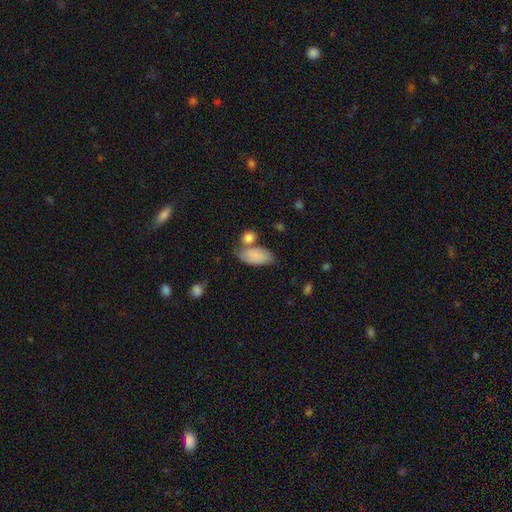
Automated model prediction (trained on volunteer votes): A smooth galaxy with no disk features (85%) that is in between round and cigar-shaped (92%). Merging: none (51%).